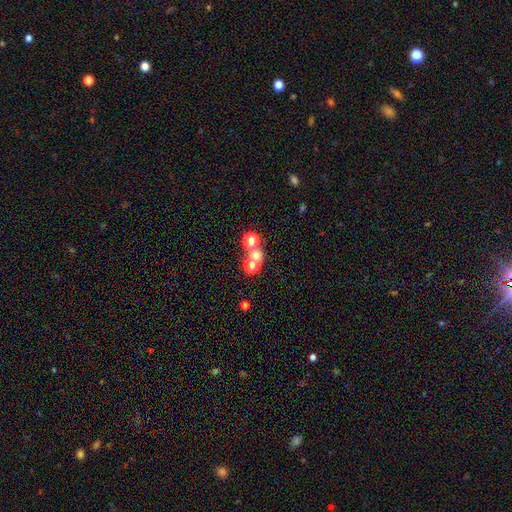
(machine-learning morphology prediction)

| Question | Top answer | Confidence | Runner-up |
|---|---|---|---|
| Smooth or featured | smooth | 58% | star or artifact (30%) |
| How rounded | round | 82% | in between (16%) |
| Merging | none | 51% | merger (39%) |